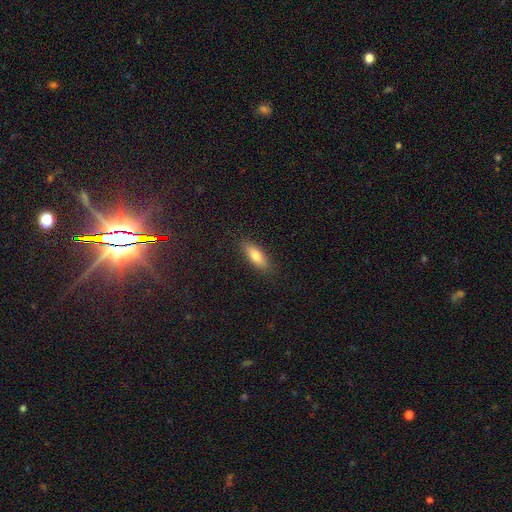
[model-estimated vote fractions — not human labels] Smooth or featured? Predicted: smooth (p=0.75). How rounded? Predicted: in between (p=0.58). Merging? Predicted: none (p=0.87).